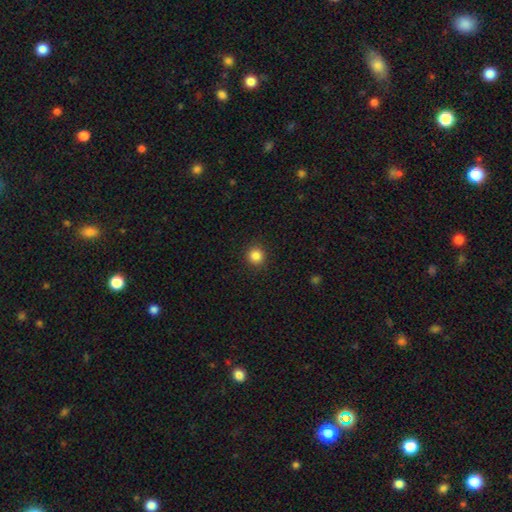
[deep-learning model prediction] Q: Smooth or featured?
A: smooth (85%); runner-up: star or artifact (11%)
Q: How rounded?
A: round (94%); runner-up: in between (5%)
Q: Merging?
A: none (92%); runner-up: minor disturbance (5%)